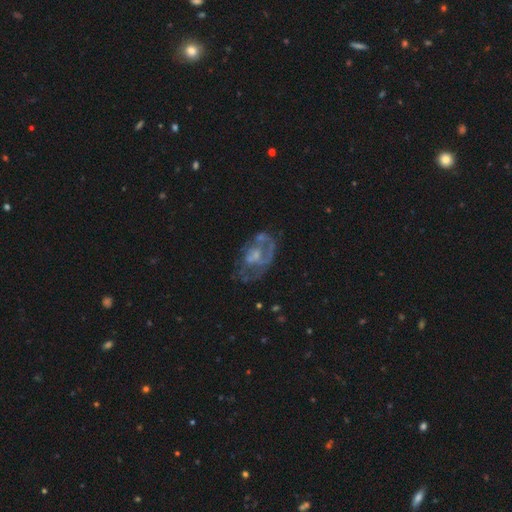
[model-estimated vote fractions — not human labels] Q: Smooth or featured?
A: featured or disk (70%); runner-up: smooth (21%)
Q: Edge-on disk?
A: no (97%); runner-up: yes (3%)
Q: Bar?
A: no (73%); runner-up: weak (23%)
Q: Spiral arms?
A: no (57%); runner-up: yes (43%)
Q: Bulge size?
A: small (45%); runner-up: none (26%)
Q: Merging?
A: none (41%); runner-up: major disturbance (30%)